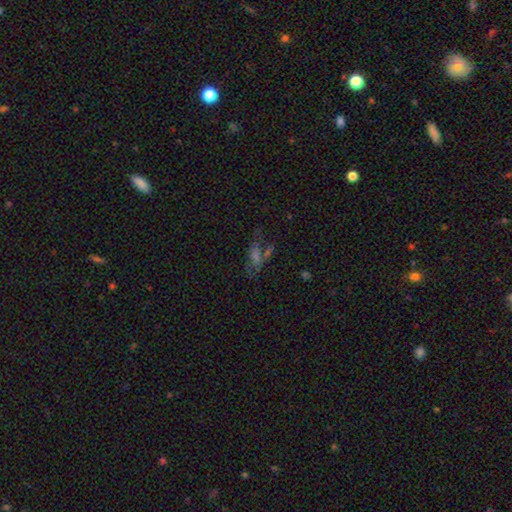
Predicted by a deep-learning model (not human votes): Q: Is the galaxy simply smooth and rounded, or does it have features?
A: star or artifact — 37%.